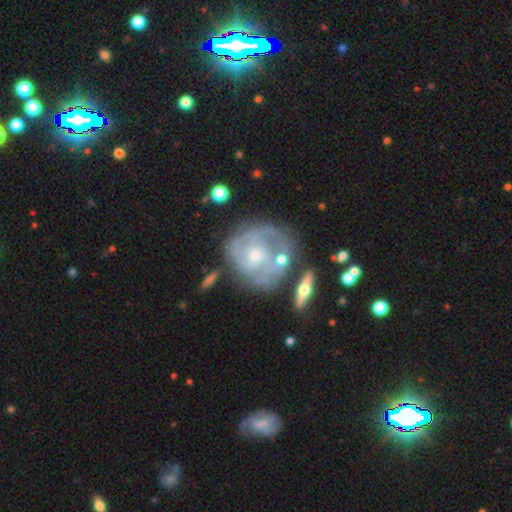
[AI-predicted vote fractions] A featured or disk galaxy (82%) with no bar (64%), tight (60%) spiral arms (89%) and a small central bulge (64%). Merging: none (61%).